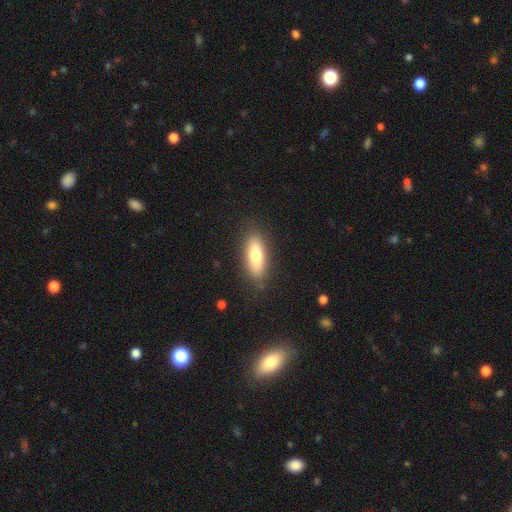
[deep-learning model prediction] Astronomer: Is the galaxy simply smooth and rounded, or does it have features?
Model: smooth — 75%.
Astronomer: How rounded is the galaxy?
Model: in between — 65%.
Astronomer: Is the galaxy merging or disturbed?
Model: none — 85%.